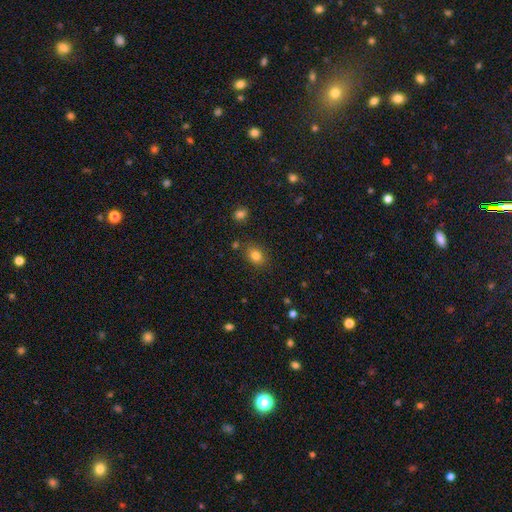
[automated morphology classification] Smooth or featured? smooth (81%)
How rounded? in between (60%)
Merging? none (81%)